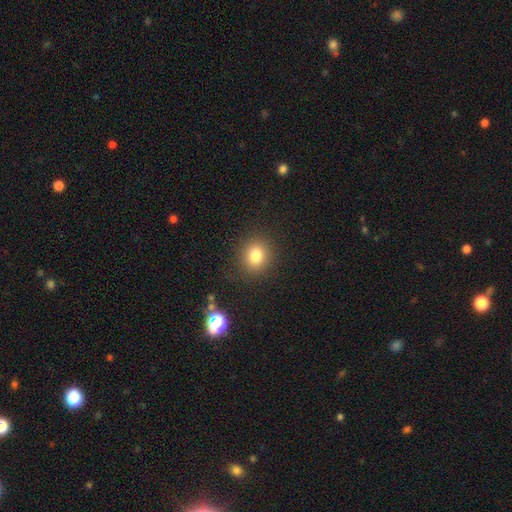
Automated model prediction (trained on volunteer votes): This is likely a smooth galaxy (79%). How rounded: likely round (77%). Merging: clearly none (87%).